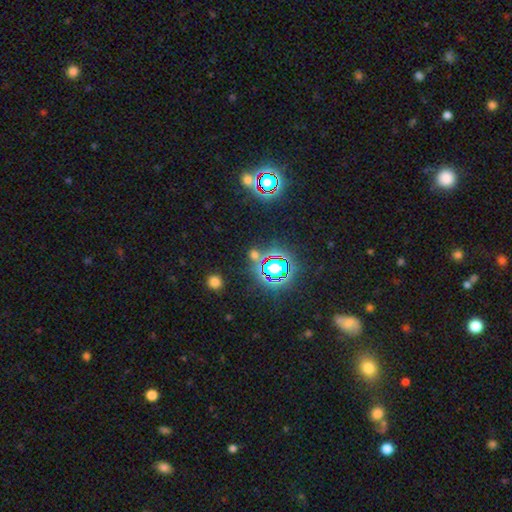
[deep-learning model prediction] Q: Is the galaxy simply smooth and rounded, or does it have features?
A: star or artifact — 64%.